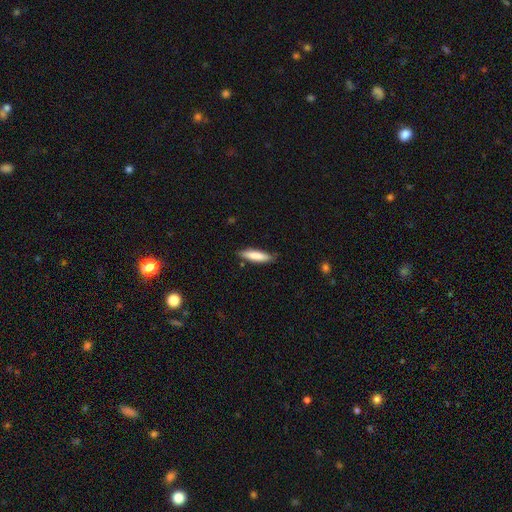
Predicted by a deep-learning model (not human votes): This appears to be a smooth galaxy with no disk features (81%) that is cigar-shaped (73%). Merging: none (79%).